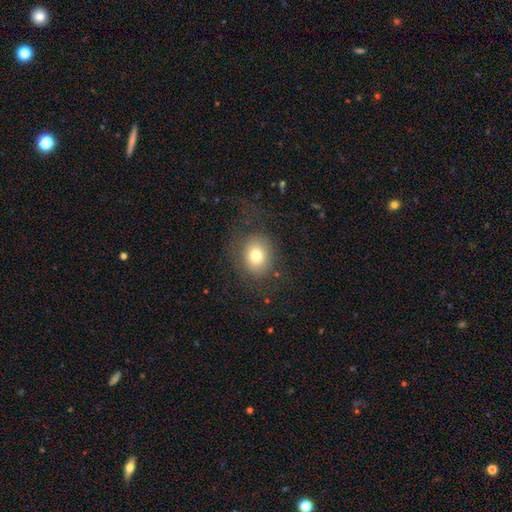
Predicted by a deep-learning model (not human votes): A smooth galaxy with no disk features (74%) that is round (58%). Merging: none (68%).